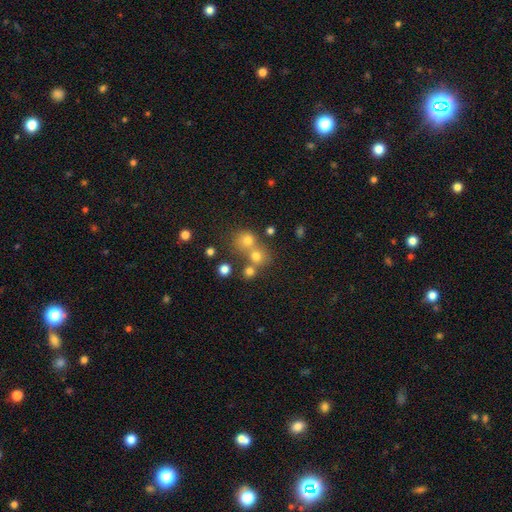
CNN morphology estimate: The model was most divided on "merging": none: 50%, merger: 39%, minor disturbance: 7%, major disturbance: 4%. More confident: how rounded — round (84%); smooth or featured — smooth (55%).